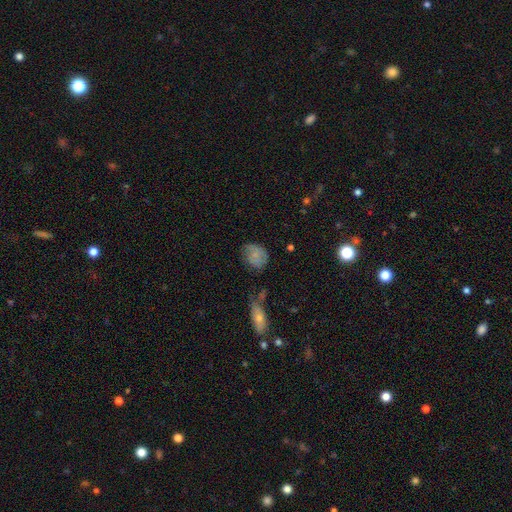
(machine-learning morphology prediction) smooth 68%, featured or disk 23%, star or artifact 9%. Down the decision tree: how rounded — round (55%); merging — none (52%).